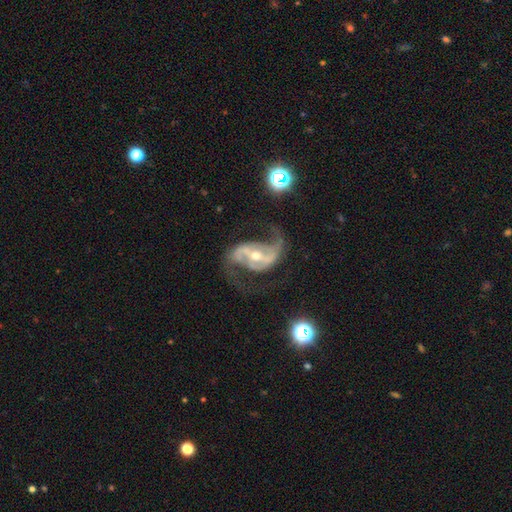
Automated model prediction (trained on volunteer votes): A featured or disk galaxy (91%) with a strong bar (55%), 2 (93%) loose (51%) spiral arms (97%) and a moderate central bulge (49%). Merging: none (70%).